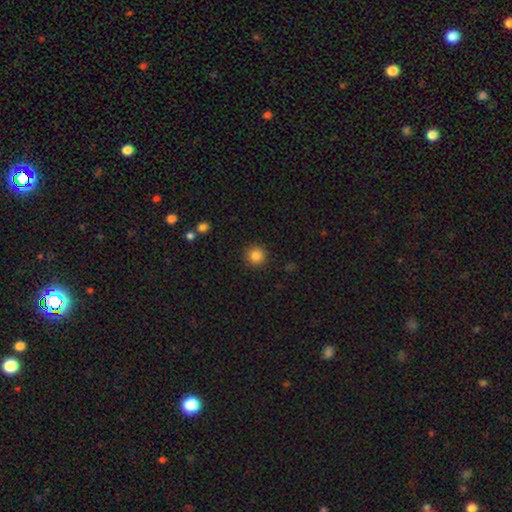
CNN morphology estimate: Smooth or featured: smooth — 86% (star or artifact — 11%)
How rounded: round — 94% (in between — 5%)
Merging: none — 91% (minor disturbance — 6%)